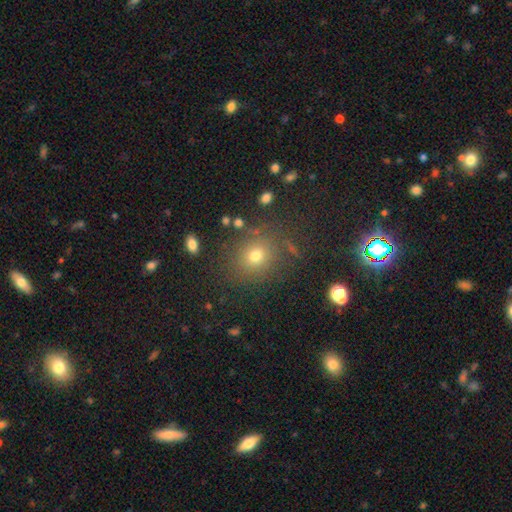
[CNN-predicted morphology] The model was most divided on "smooth or featured": smooth: 69%, star or artifact: 21%, featured or disk: 10%. More confident: merging — none (83%); how rounded — round (79%).